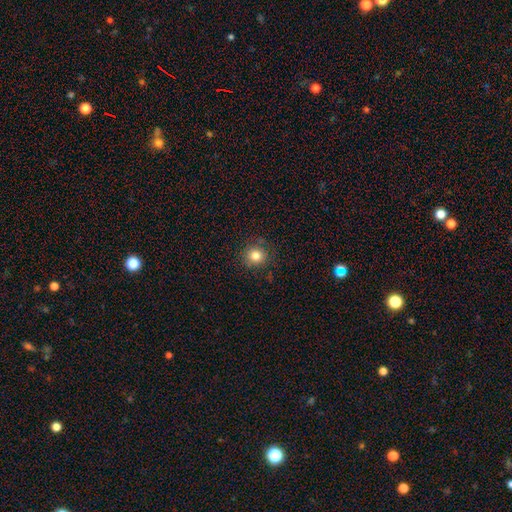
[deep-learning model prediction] Morphology: type=smooth (82%); roundness=round (89%); merging=none (85%).